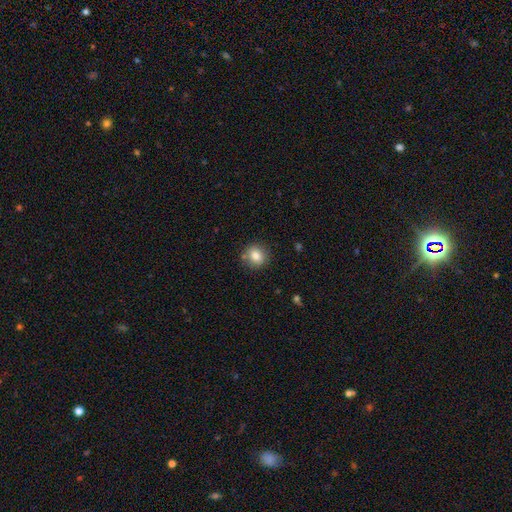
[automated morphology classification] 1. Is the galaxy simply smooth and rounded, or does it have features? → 82% smooth, 10% star or artifact, 8% featured or disk.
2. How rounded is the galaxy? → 86% round, 13% in between, 1% cigar-shaped.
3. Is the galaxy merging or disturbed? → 83% none, 11% minor disturbance, 4% merger, 3% major disturbance.